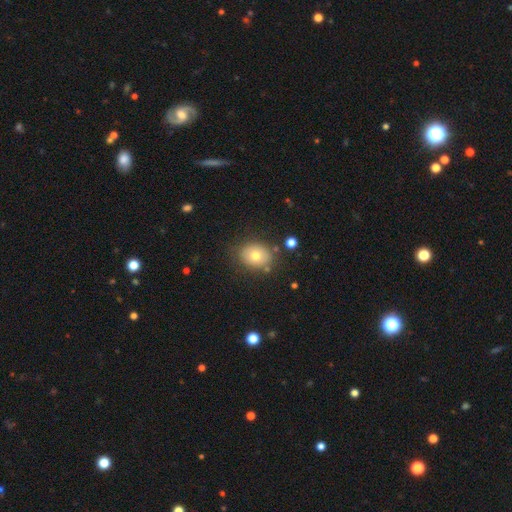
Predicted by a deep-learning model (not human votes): This is likely a smooth galaxy (72%). How rounded: possibly in between (50%). Merging: likely none (78%).